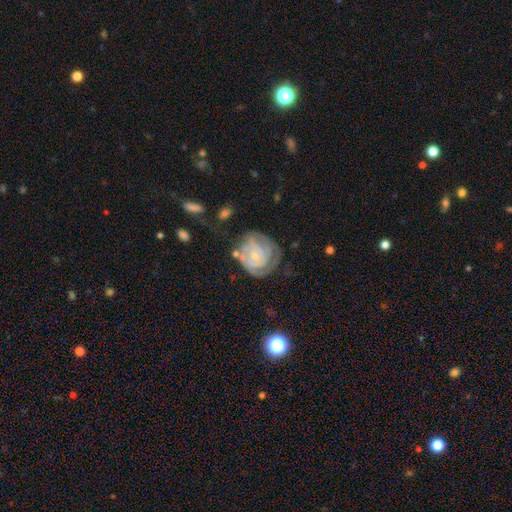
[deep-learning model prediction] Q: Smooth or featured?
A: featured or disk (80%); runner-up: smooth (14%)
Q: Edge-on disk?
A: no (98%); runner-up: yes (2%)
Q: Bar?
A: no (64%); runner-up: weak (29%)
Q: Spiral arms?
A: yes (92%); runner-up: no (8%)
Q: Spiral winding?
A: tight (73%); runner-up: medium (21%)
Q: Spiral arm count?
A: can't tell (35%); runner-up: 2 (31%)
Q: Bulge size?
A: small (73%); runner-up: moderate (19%)
Q: Merging?
A: none (53%); runner-up: minor disturbance (24%)